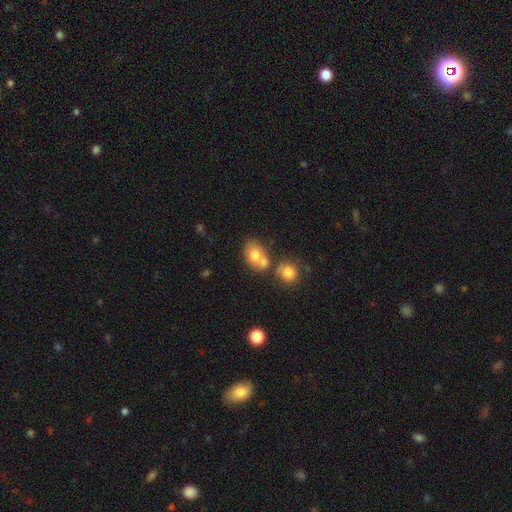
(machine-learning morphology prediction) Q: Smooth or featured?
A: smooth (73%); runner-up: featured or disk (17%)
Q: How rounded?
A: in between (63%); runner-up: round (36%)
Q: Merging?
A: merger (48%); runner-up: none (37%)